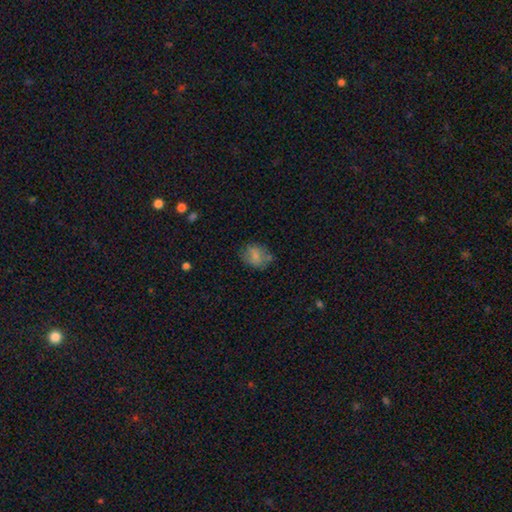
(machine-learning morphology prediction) Smooth or featured?
  - smooth: 74% *
  - featured or disk: 16%
  - star or artifact: 10%
How rounded?
  - round: 51% *
  - in between: 48%
  - cigar-shaped: 1%
Merging?
  - none: 65% *
  - minor disturbance: 23%
  - major disturbance: 8%
  - merger: 4%